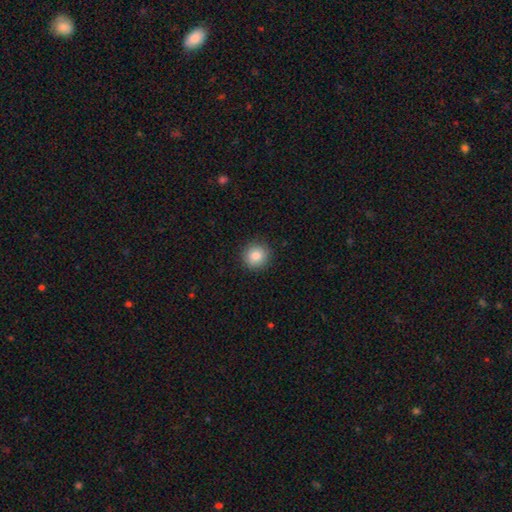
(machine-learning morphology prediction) Smooth or featured? smooth (86%)
How rounded? round (93%)
Merging? none (91%)